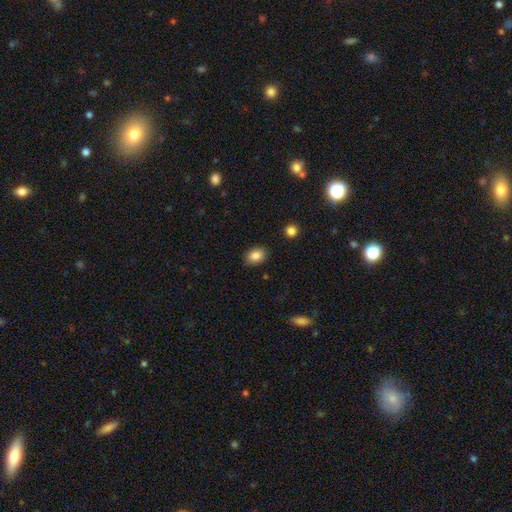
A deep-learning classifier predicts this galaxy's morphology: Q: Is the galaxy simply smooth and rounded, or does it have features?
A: smooth — 85%.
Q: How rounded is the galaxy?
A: in between — 76%.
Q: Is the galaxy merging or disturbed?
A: none — 87%.